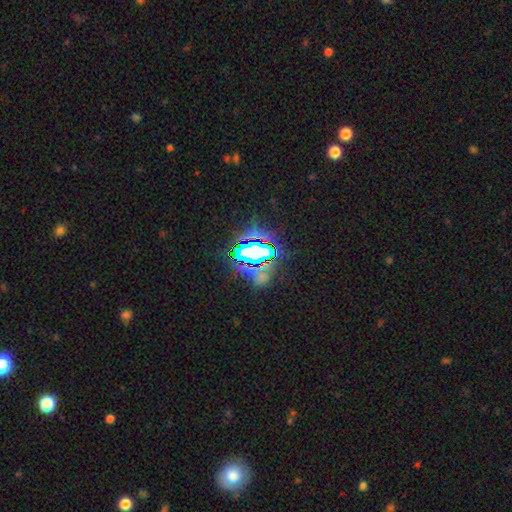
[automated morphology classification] Q: Smooth or featured?
A: star or artifact (70%); runner-up: smooth (15%)